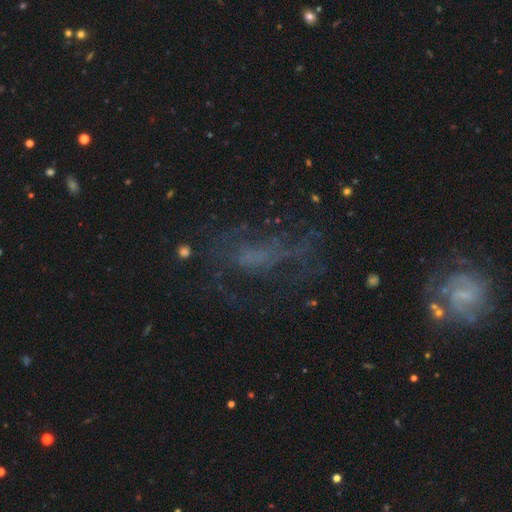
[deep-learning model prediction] Smooth or featured? Predicted: featured or disk (p=0.56). Edge-on disk? Predicted: no (p=0.93). Bar? Predicted: no (p=0.66). Spiral arms? Predicted: yes (p=0.53). Bulge size? Predicted: none (p=0.56). Merging? Predicted: none (p=0.49).